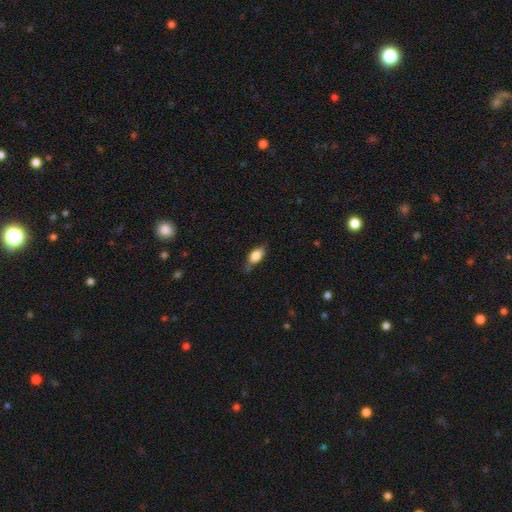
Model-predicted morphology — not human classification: A smooth galaxy with no disk features (79%) that is in between round and cigar-shaped (87%). Merging: none (60%).